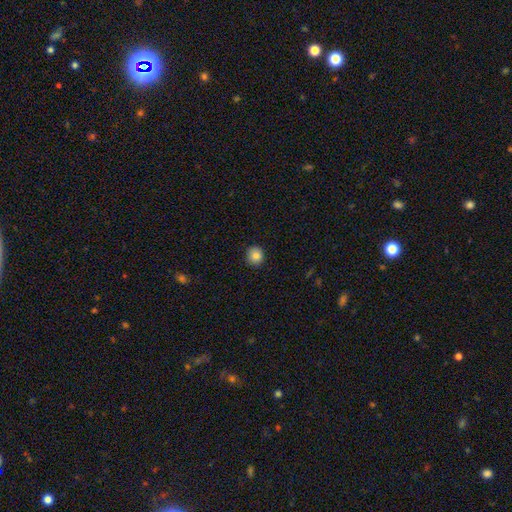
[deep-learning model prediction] Morphology: type=smooth (84%); roundness=round (93%); merging=none (91%).